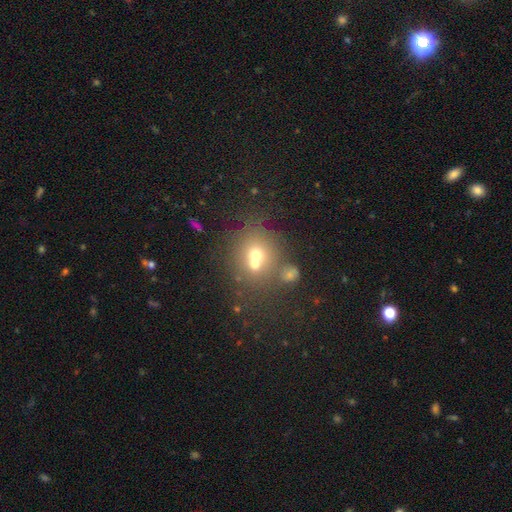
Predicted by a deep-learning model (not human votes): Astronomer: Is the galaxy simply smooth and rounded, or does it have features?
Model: smooth — 60%.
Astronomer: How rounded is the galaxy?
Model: round — 77%.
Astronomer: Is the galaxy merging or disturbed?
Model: merger — 53% (runner-up: none, 34%).